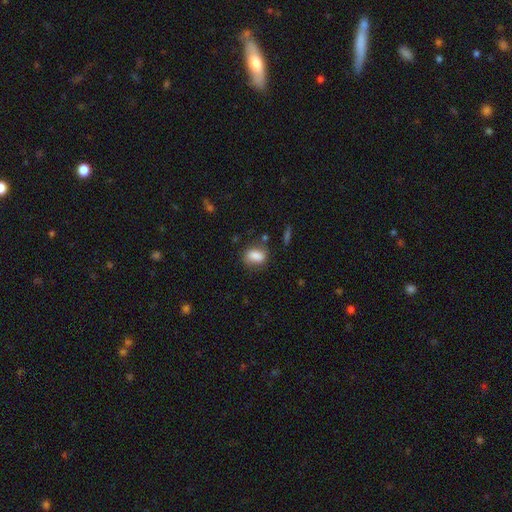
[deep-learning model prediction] smooth-or-featured: smooth: 83% | star or artifact: 8% | featured or disk: 8%
  how-rounded: in between: 76% | round: 22% | cigar-shaped: 3%
  merging: none: 65% | minor disturbance: 23% | major disturbance: 7% | merger: 4%